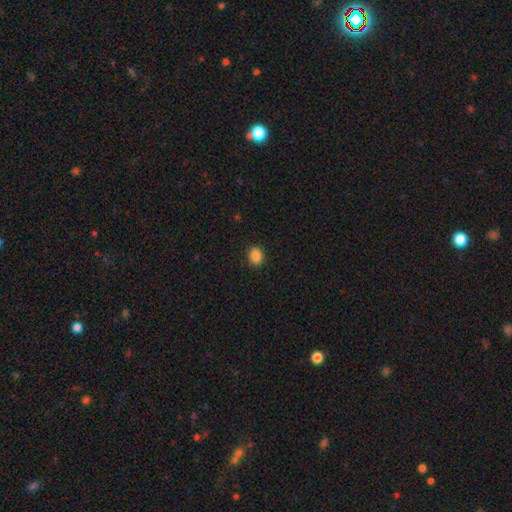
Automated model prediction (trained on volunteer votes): smooth-or-featured: smooth: 87% | star or artifact: 10% | featured or disk: 3%
  how-rounded: in between: 51% | round: 48% | cigar-shaped: 1%
  merging: none: 91% | minor disturbance: 6% | major disturbance: 2% | merger: 1%